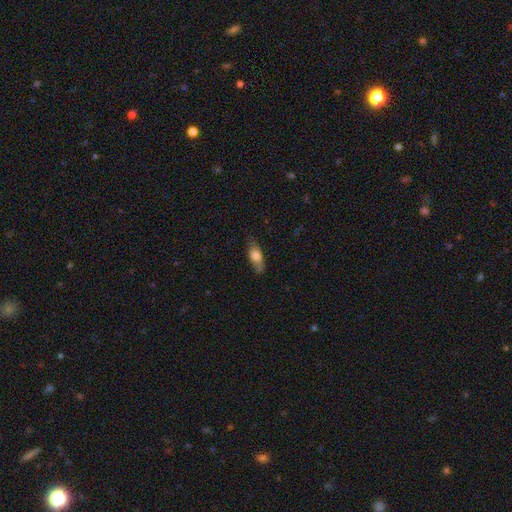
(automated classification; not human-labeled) A smooth galaxy with no disk features (68%) that is in between round and cigar-shaped (72%). Merging: none (67%).